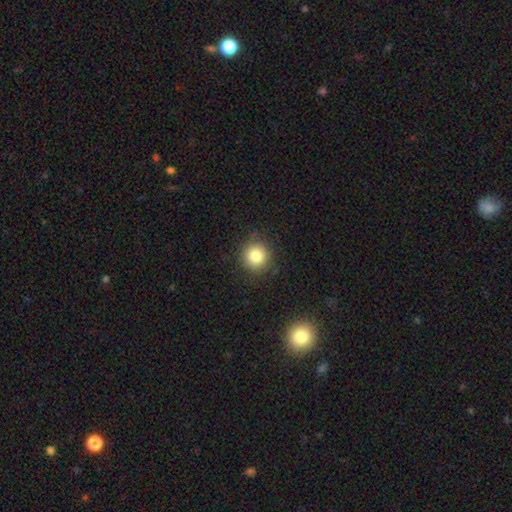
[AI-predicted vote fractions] A smooth galaxy with no disk features (82%) that is round (93%).

Vote fractions:
- Smooth or featured? smooth: 82% / star or artifact: 11% / featured or disk: 7%
- How rounded? round: 93% / in between: 6% / cigar-shaped: 1%
- Merging? none: 88% / minor disturbance: 8% / major disturbance: 3% / merger: 1%